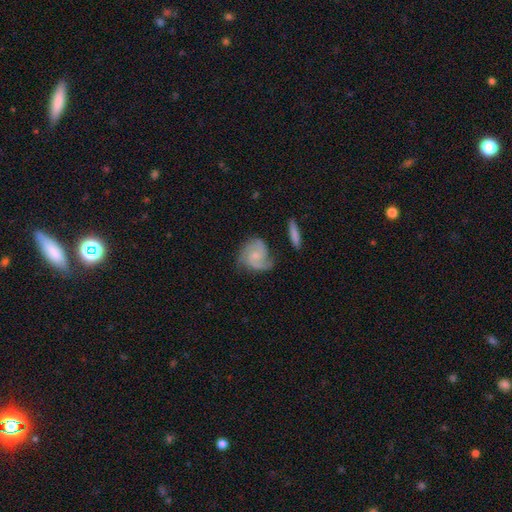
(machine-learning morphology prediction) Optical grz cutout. It shows a featured or disk galaxy (77%) with no bar (62%), 2 (59%) medium (49%) spiral arms (95%) and a small central bulge (59%). Merging: none (61%).